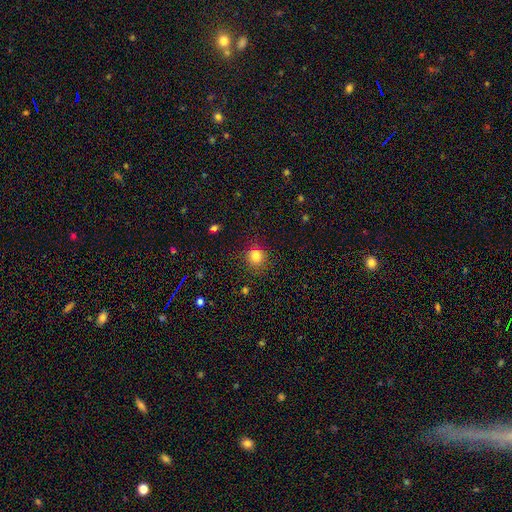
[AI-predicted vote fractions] smooth 81%, star or artifact 13%, featured or disk 6%. Down the decision tree: how rounded — round (89%); merging — none (85%).